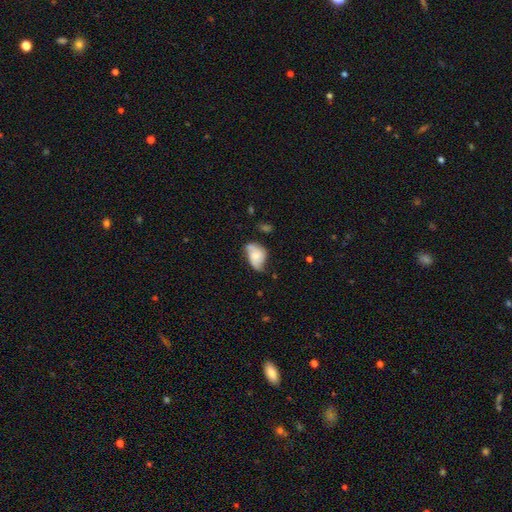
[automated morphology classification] smooth 52%, featured or disk 41%, star or artifact 8%. Down the decision tree: how rounded — in between (83%); merging — minor disturbance (41%).